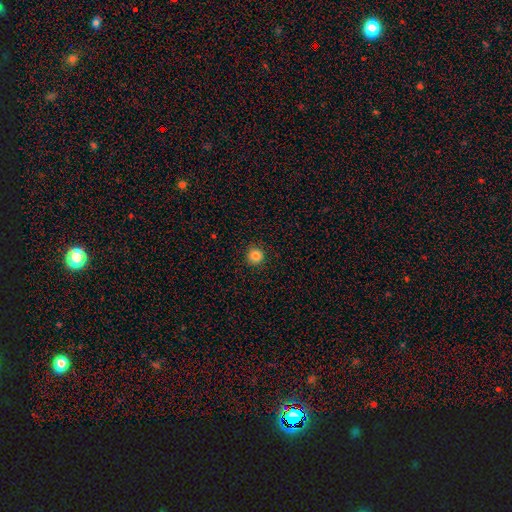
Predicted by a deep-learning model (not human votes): Morphology: type=smooth (85%); roundness=round (95%); merging=none (92%).